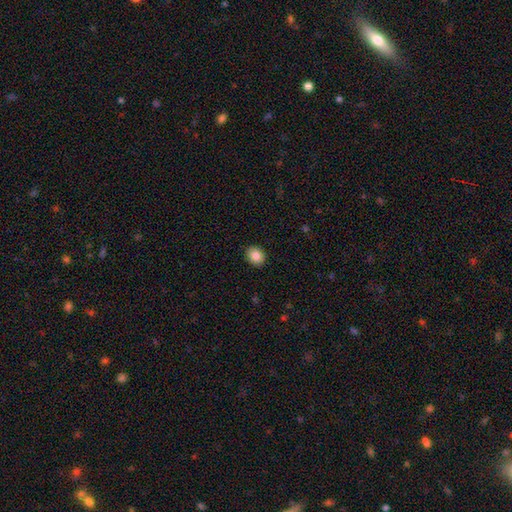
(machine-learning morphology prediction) A smooth galaxy with no disk features (85%) that is round (58%).

Vote fractions:
- Smooth or featured? smooth: 85% / star or artifact: 9% / featured or disk: 6%
- How rounded? round: 58% / in between: 41% / cigar-shaped: 1%
- Merging? none: 90% / minor disturbance: 7% / major disturbance: 2% / merger: 1%